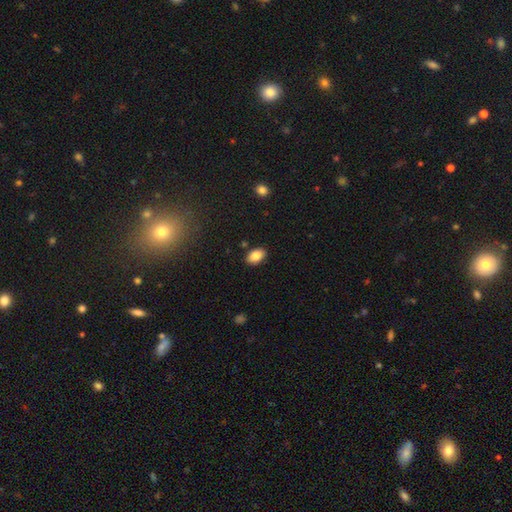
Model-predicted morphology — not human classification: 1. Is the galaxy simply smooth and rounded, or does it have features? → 84% smooth, 8% star or artifact, 8% featured or disk.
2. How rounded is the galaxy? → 90% in between, 8% round, 1% cigar-shaped.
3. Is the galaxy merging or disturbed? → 86% none, 10% minor disturbance, 2% major disturbance, 2% merger.